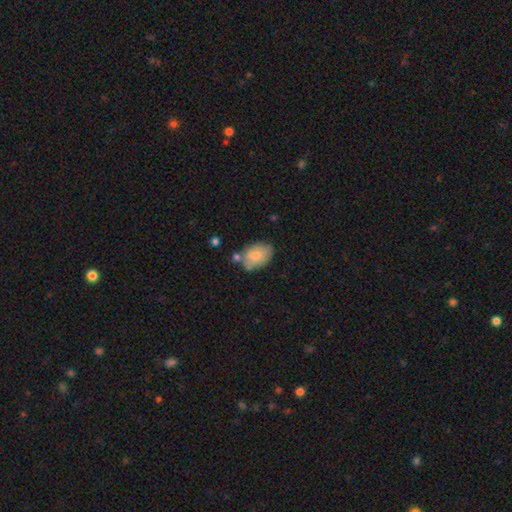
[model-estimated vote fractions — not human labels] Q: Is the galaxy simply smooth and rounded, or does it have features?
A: smooth — 77%.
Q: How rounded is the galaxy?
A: in between — 87%.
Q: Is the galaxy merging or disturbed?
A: none — 64%.